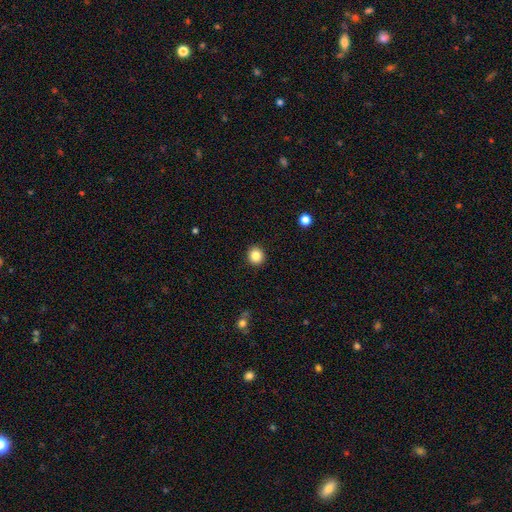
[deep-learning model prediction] Smooth or featured?
  - smooth: 85% *
  - star or artifact: 10%
  - featured or disk: 4%
How rounded?
  - round: 92% *
  - in between: 7%
  - cigar-shaped: 1%
Merging?
  - none: 93% *
  - minor disturbance: 5%
  - major disturbance: 2%
  - merger: 1%